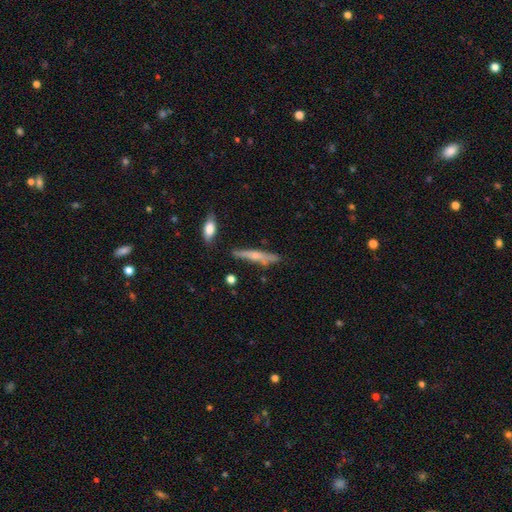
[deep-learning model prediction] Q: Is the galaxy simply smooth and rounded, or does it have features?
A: featured or disk — 48%.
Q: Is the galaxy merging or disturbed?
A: none — 76%.